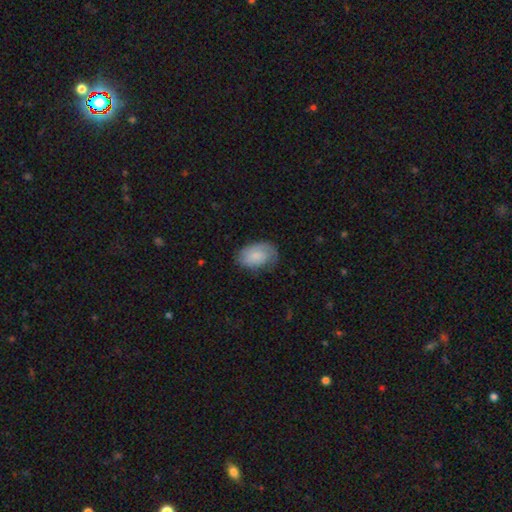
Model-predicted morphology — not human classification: smooth-or-featured: smooth: 66% | featured or disk: 27% | star or artifact: 7%
  how-rounded: in between: 88% | round: 11% | cigar-shaped: 1%
  merging: none: 67% | minor disturbance: 24% | major disturbance: 7% | merger: 1%